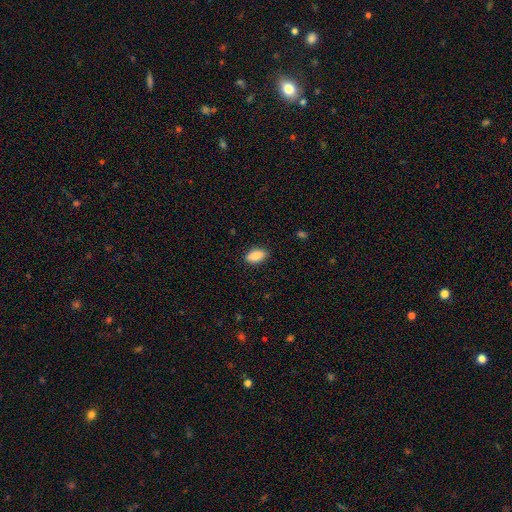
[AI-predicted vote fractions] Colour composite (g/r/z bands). It shows a smooth galaxy with no disk features (88%) that is in between round and cigar-shaped (92%). Merging: none (88%).